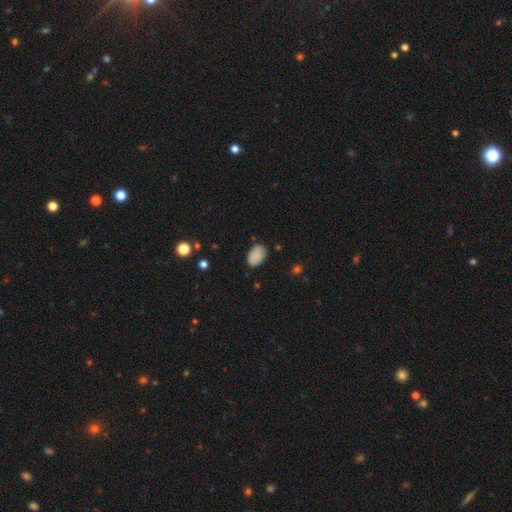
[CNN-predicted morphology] smooth-or-featured: smooth: 86% | star or artifact: 8% | featured or disk: 6%
  how-rounded: in between: 88% | round: 11% | cigar-shaped: 1%
  merging: none: 78% | minor disturbance: 17% | major disturbance: 3% | merger: 2%